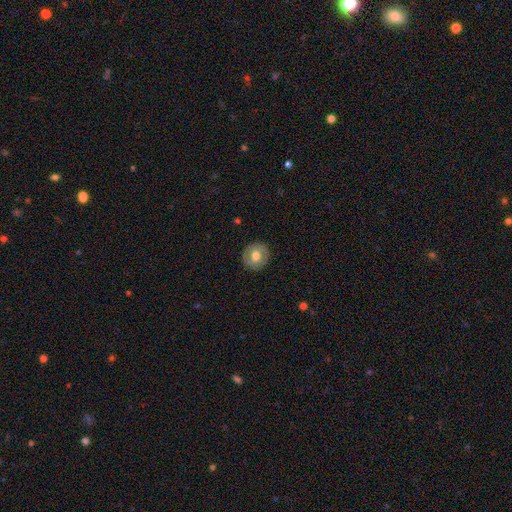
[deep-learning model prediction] Smooth or featured? smooth (61%)
How rounded? round (88%)
Merging? none (88%)